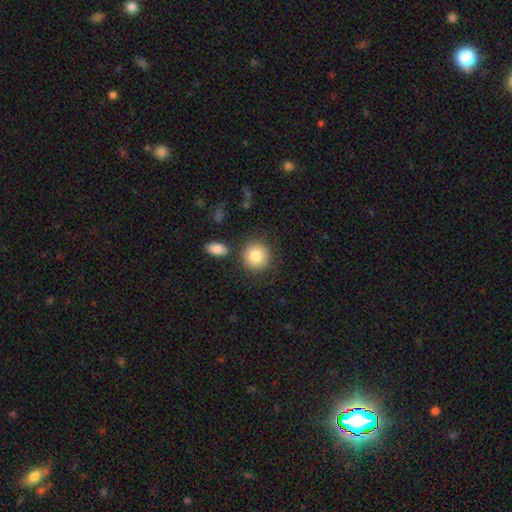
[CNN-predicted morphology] Smooth or featured? smooth (84%)
How rounded? round (91%)
Merging? none (81%)